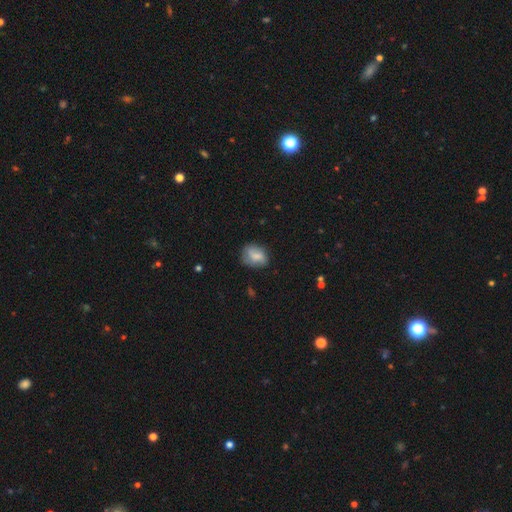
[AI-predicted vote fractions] Smooth or featured? Predicted: smooth (p=0.70). How rounded? Predicted: in between (p=0.63). Merging? Predicted: none (p=0.63).